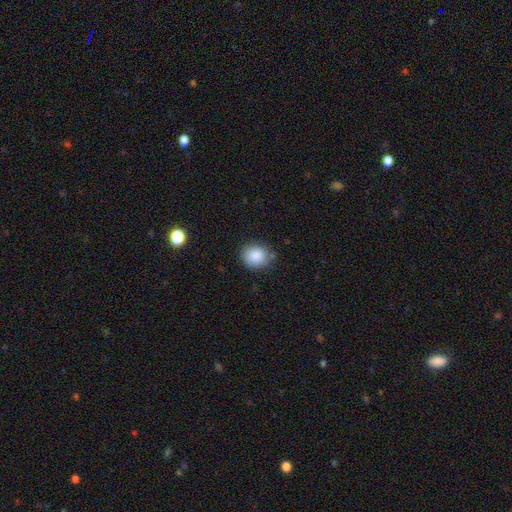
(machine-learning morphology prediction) The model was most divided on "how rounded": round: 72%, in between: 27%, cigar-shaped: 1%. More confident: smooth or featured — smooth (87%); merging — none (80%).